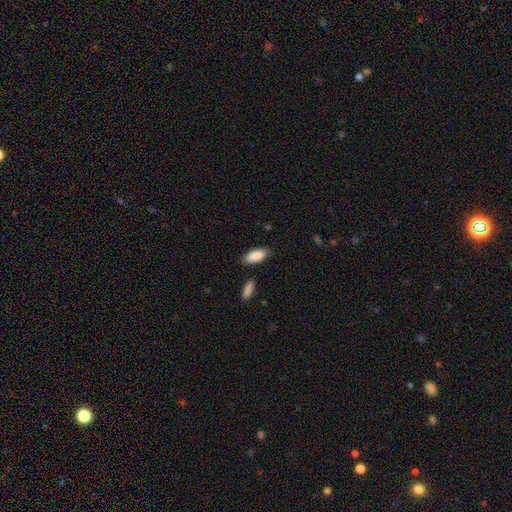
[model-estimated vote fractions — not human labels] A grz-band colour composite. It shows a smooth galaxy with no disk features (90%) that is in between round and cigar-shaped (84%). Merging: none (83%).